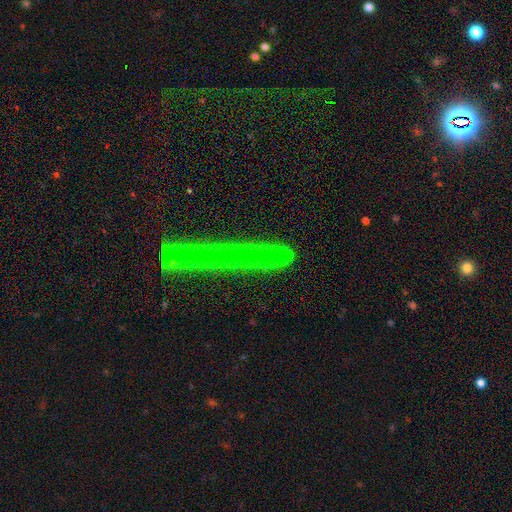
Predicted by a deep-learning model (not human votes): Q: Smooth or featured?
A: star or artifact (68%); runner-up: featured or disk (21%)